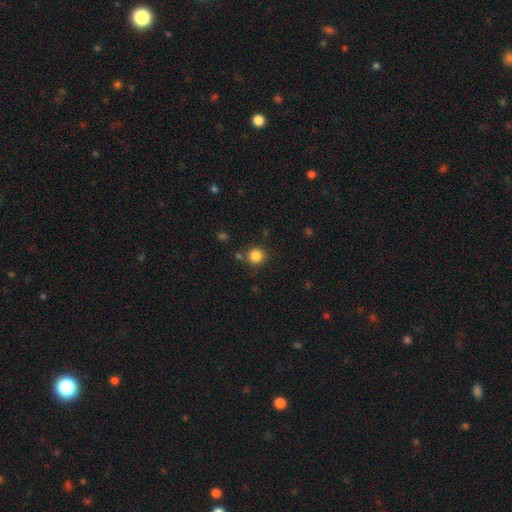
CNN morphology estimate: smooth-or-featured: smooth: 85% | star or artifact: 11% | featured or disk: 4%
  how-rounded: round: 94% | in between: 5% | cigar-shaped: 1%
  merging: none: 83% | minor disturbance: 8% | merger: 6% | major disturbance: 3%